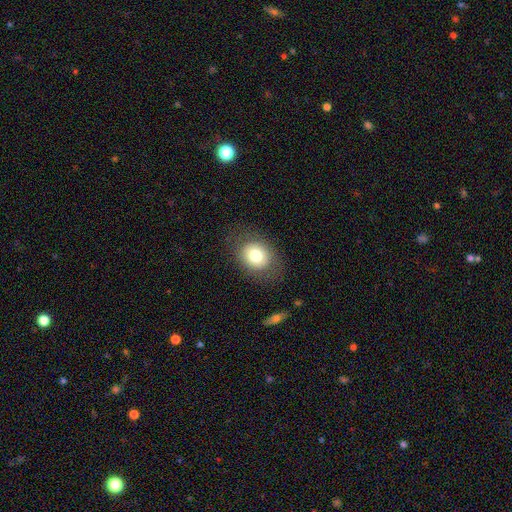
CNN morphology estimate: smooth_or_featured: smooth (p=0.74) [alt: featured or disk p=0.16]
how_rounded: round (p=0.51) [alt: in between p=0.48]
merging: none (p=0.80) [alt: minor disturbance p=0.13]